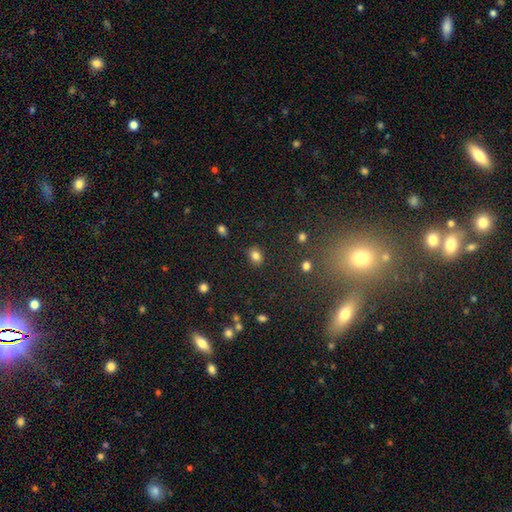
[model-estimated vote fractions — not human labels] smooth_or_featured: smooth (p=0.82) [alt: star or artifact p=0.12]
how_rounded: in between (p=0.57) [alt: round p=0.42]
merging: none (p=0.84) [alt: minor disturbance p=0.11]